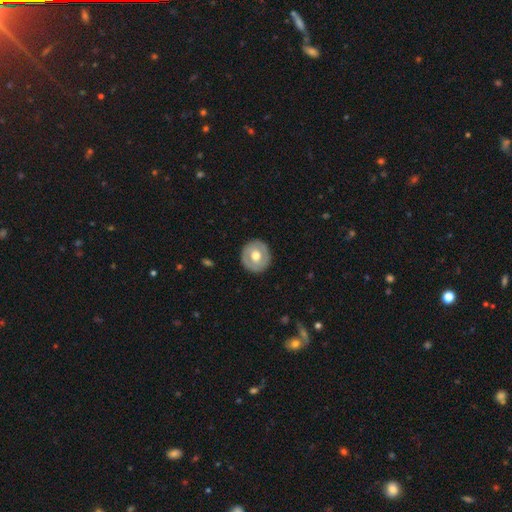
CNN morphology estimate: A featured or disk galaxy (49%). Merging: none (87%).